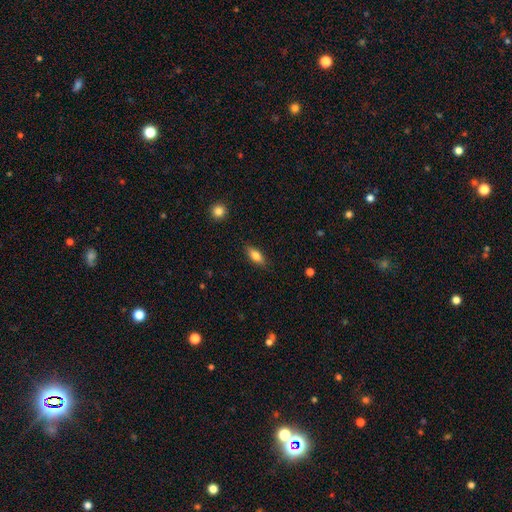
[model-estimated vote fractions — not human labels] Overall: smooth (76%). How rounded: in between (77%). Merging: none (85%).